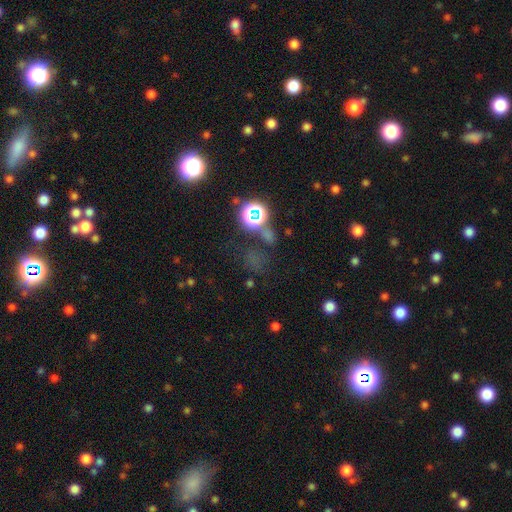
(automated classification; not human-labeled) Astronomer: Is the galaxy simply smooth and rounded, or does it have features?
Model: star or artifact — 59%.